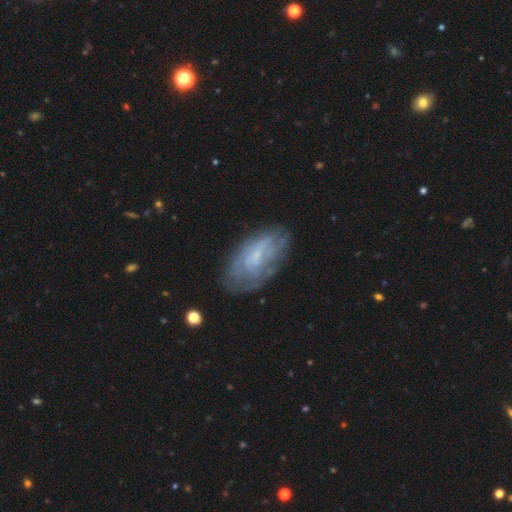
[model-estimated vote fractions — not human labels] Q: Smooth or featured?
A: featured or disk (57%); runner-up: smooth (34%)
Q: Edge-on disk?
A: no (92%); runner-up: yes (8%)
Q: Bar?
A: no (53%); runner-up: weak (38%)
Q: Spiral arms?
A: yes (60%); runner-up: no (40%)
Q: Bulge size?
A: small (56%); runner-up: none (24%)
Q: Merging?
A: none (68%); runner-up: minor disturbance (21%)